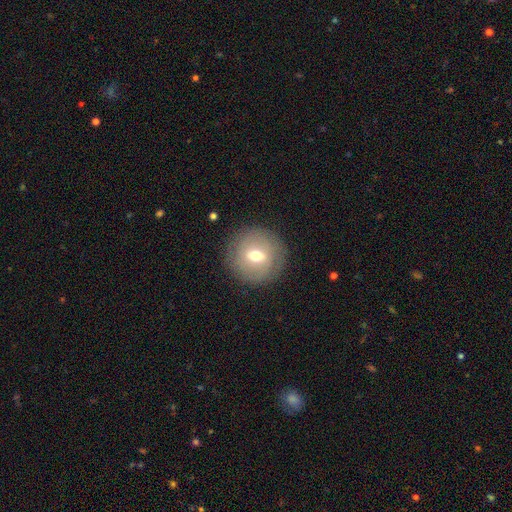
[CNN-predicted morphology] This is possibly a smooth galaxy (56%). How rounded: clearly round (93%). Merging: clearly none (88%).